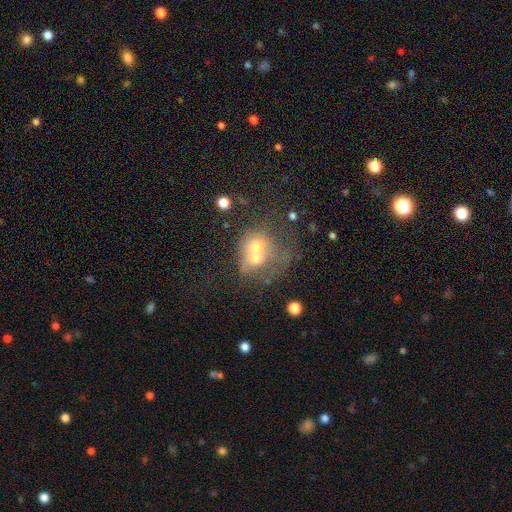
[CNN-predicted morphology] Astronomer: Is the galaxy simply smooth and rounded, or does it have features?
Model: smooth — 54% (runner-up: featured or disk, 33%).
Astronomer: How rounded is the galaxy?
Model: round — 62% (runner-up: in between, 37%).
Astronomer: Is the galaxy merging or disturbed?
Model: merger — 68%.